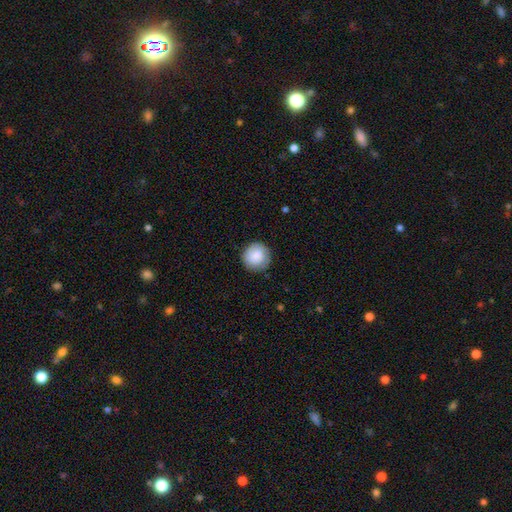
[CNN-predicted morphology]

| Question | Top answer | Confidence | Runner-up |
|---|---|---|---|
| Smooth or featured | smooth | 84% | featured or disk (9%) |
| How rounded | round | 94% | in between (5%) |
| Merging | none | 86% | minor disturbance (10%) |